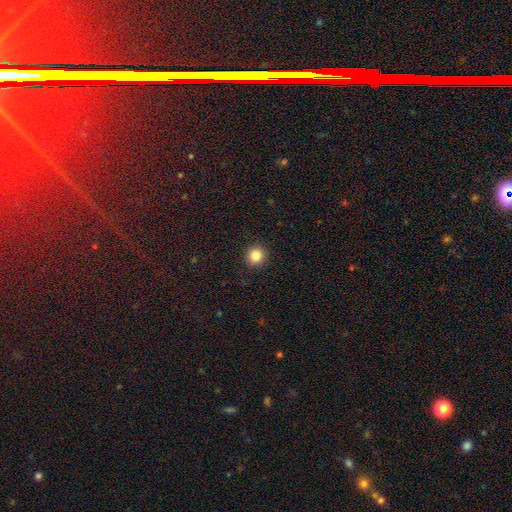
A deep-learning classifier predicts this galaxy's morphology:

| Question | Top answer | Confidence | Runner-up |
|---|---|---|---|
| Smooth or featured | smooth | 84% | star or artifact (11%) |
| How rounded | round | 93% | in between (6%) |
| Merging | none | 93% | minor disturbance (5%) |